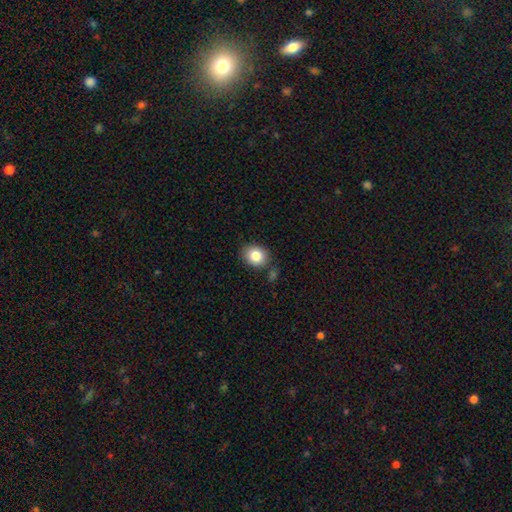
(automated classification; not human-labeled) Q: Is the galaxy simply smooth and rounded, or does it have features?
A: smooth — 83%.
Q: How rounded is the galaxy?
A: round — 61%.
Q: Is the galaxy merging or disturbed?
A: none — 79%.